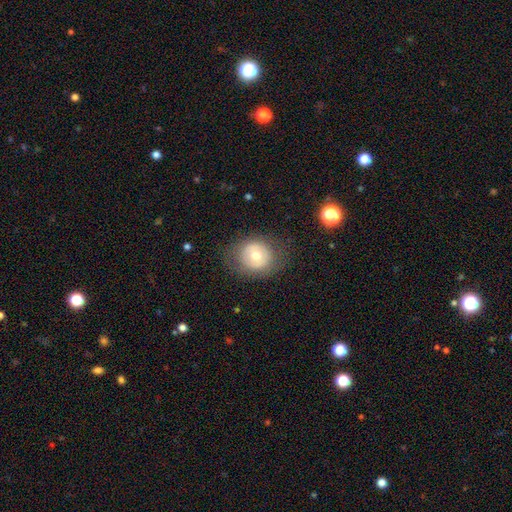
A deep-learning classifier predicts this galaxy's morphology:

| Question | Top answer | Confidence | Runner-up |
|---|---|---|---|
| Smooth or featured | smooth | 58% | featured or disk (33%) |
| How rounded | round | 80% | in between (19%) |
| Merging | none | 78% | minor disturbance (13%) |